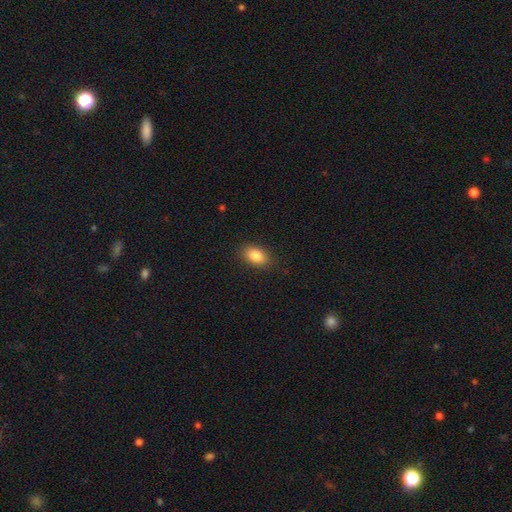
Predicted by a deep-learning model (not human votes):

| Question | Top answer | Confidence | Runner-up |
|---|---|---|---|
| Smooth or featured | smooth | 85% | star or artifact (8%) |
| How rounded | in between | 86% | round (12%) |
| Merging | none | 88% | minor disturbance (9%) |